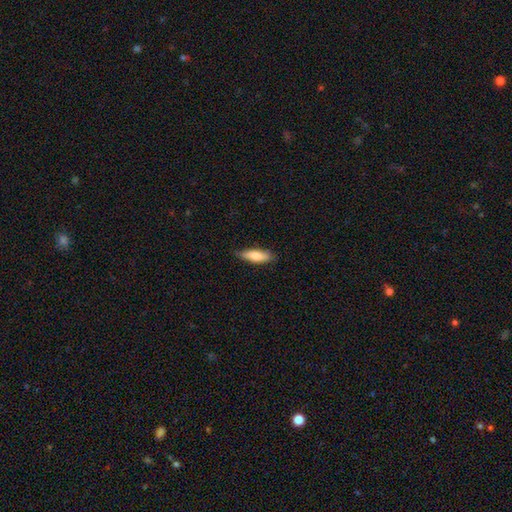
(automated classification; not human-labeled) Q: Smooth or featured?
A: smooth (78%); runner-up: featured or disk (16%)
Q: How rounded?
A: cigar-shaped (50%); runner-up: in between (48%)
Q: Merging?
A: none (81%); runner-up: minor disturbance (16%)